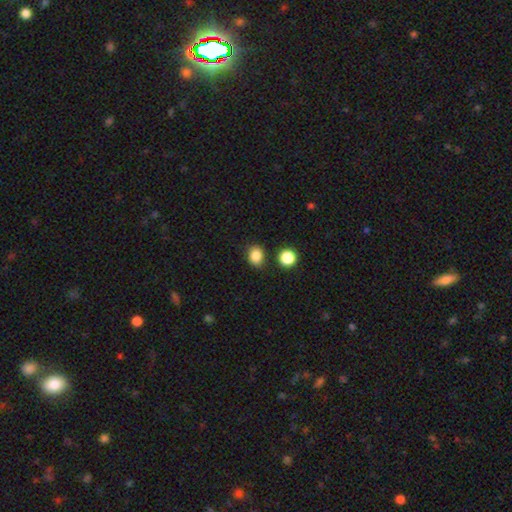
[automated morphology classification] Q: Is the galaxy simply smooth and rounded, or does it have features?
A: smooth — 85%.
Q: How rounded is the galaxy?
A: round — 56%.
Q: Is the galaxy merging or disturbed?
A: none — 79%.